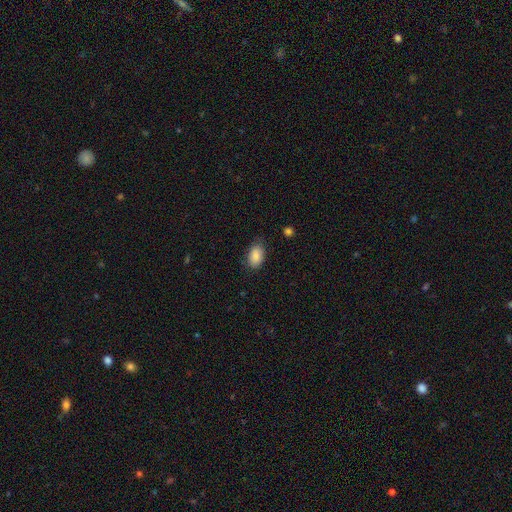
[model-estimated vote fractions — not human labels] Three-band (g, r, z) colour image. It shows a smooth galaxy with no disk features (87%) that is in between round and cigar-shaped (90%). Merging: none (75%).